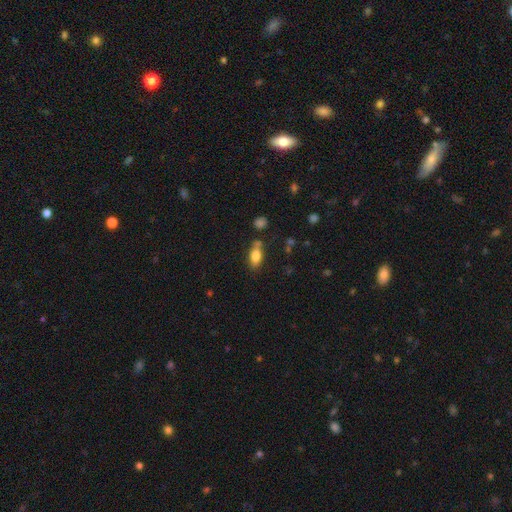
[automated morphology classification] Smooth or featured: smooth — 82% (featured or disk — 10%)
How rounded: in between — 86% (cigar-shaped — 9%)
Merging: none — 67% (minor disturbance — 17%)